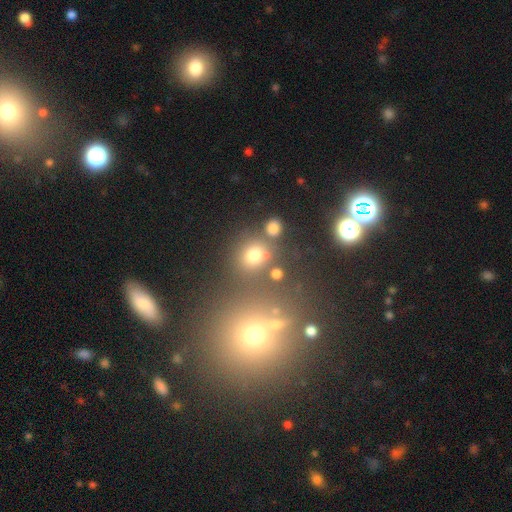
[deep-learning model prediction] smooth_or_featured: smooth (p=0.66) [alt: star or artifact p=0.24]
how_rounded: round (p=0.79) [alt: in between p=0.20]
merging: none (p=0.72) [alt: merger p=0.14]